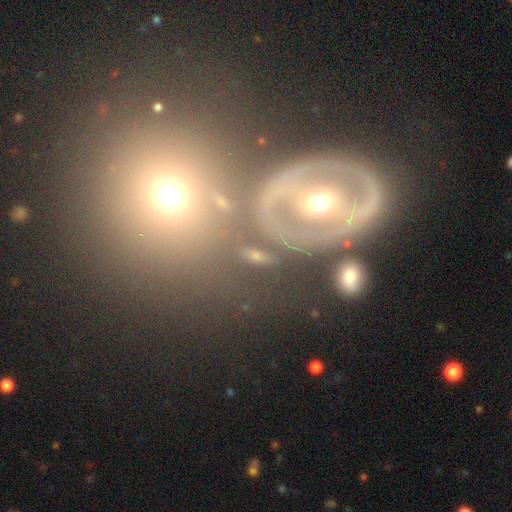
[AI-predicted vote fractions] smooth_or_featured: smooth (p=0.39) [alt: star or artifact p=0.34]
merging: none (p=0.65) [alt: minor disturbance p=0.15]